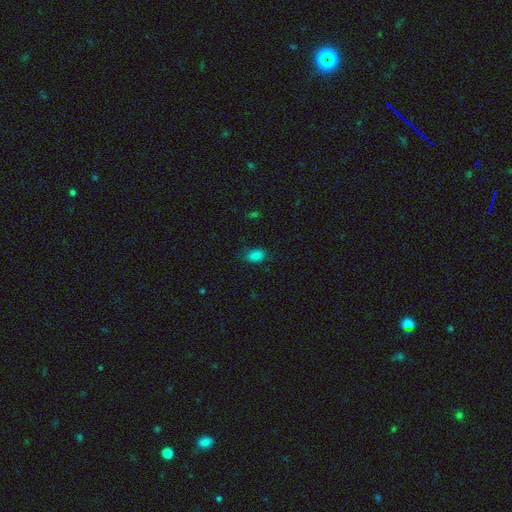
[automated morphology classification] A smooth galaxy with no disk features (83%) that is in between round and cigar-shaped (85%). Merging: none (74%).